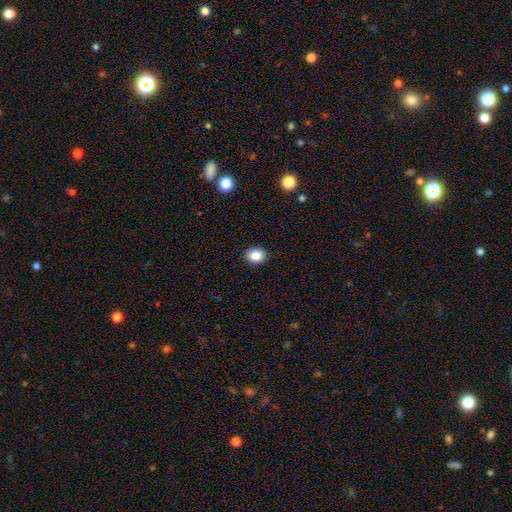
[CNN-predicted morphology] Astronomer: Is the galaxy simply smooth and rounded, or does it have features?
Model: smooth — 87%.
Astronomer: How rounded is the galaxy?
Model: in between — 57% (runner-up: round, 42%).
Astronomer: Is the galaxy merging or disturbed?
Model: none — 90%.